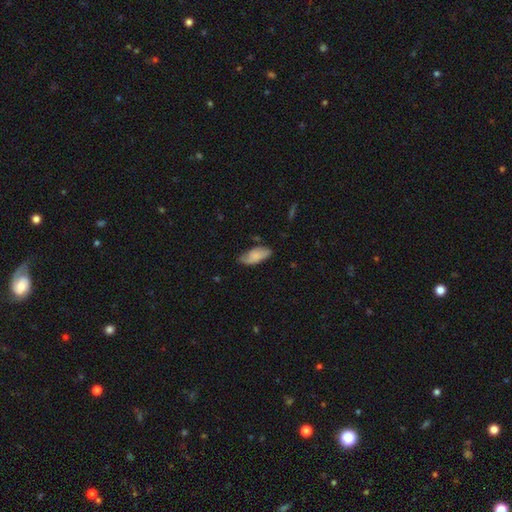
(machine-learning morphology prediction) Q: Smooth or featured?
A: smooth (75%); runner-up: featured or disk (18%)
Q: How rounded?
A: in between (88%); runner-up: cigar-shaped (10%)
Q: Merging?
A: none (62%); runner-up: minor disturbance (30%)